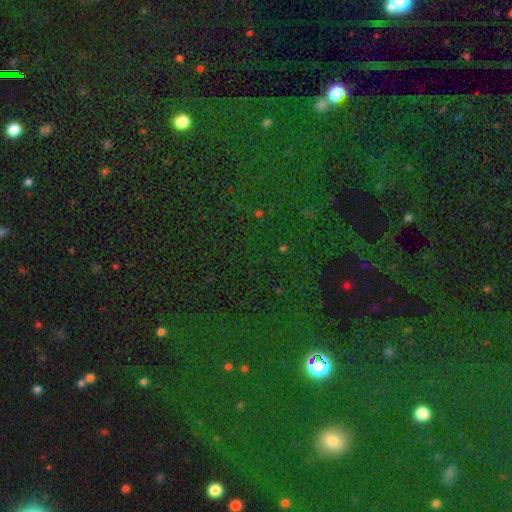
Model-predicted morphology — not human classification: A star or artifact, not a galaxy (77%).

Vote fractions:
- Smooth or featured? star or artifact: 77% / smooth: 15% / featured or disk: 8%